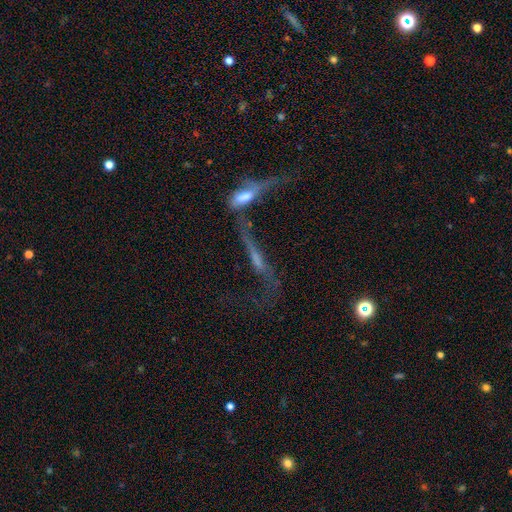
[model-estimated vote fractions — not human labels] Overall: featured or disk (63%). Edge-on disk: no (54%; yes 46%). Merging: merger (54%; major disturbance 20%).